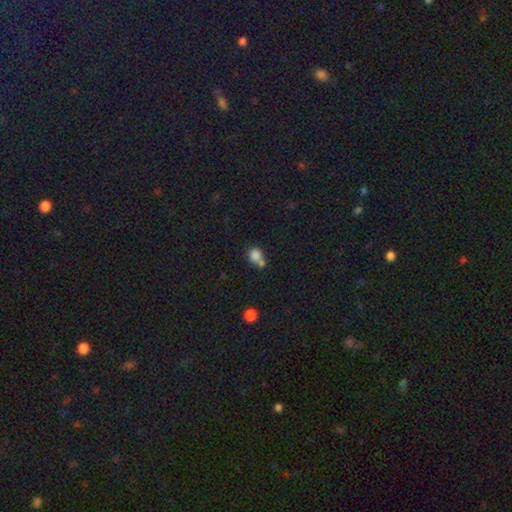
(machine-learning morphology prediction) smooth-or-featured: smooth: 81% | star or artifact: 11% | featured or disk: 8%
  how-rounded: round: 80% | in between: 19% | cigar-shaped: 1%
  merging: merger: 46% | none: 41% | minor disturbance: 9% | major disturbance: 4%